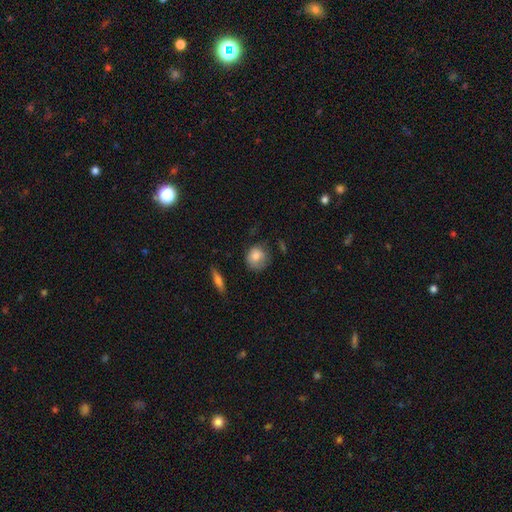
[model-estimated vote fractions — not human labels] smooth-or-featured: smooth: 77% | featured or disk: 15% | star or artifact: 8%
  how-rounded: round: 76% | in between: 22% | cigar-shaped: 1%
  merging: none: 53% | minor disturbance: 31% | major disturbance: 14% | merger: 2%